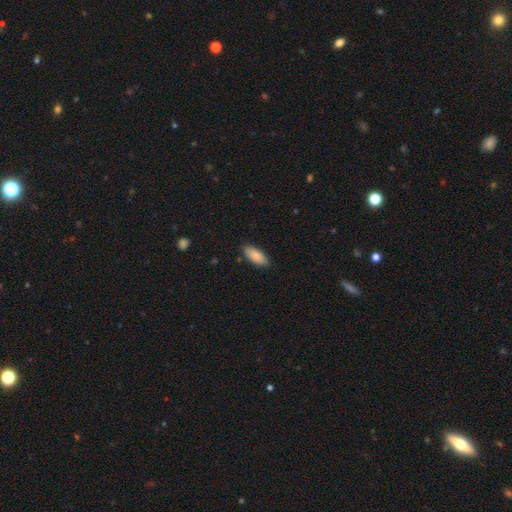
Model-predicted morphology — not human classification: Smooth or featured: smooth — 87% (featured or disk — 7%)
How rounded: in between — 81% (cigar-shaped — 17%)
Merging: none — 86% (minor disturbance — 11%)